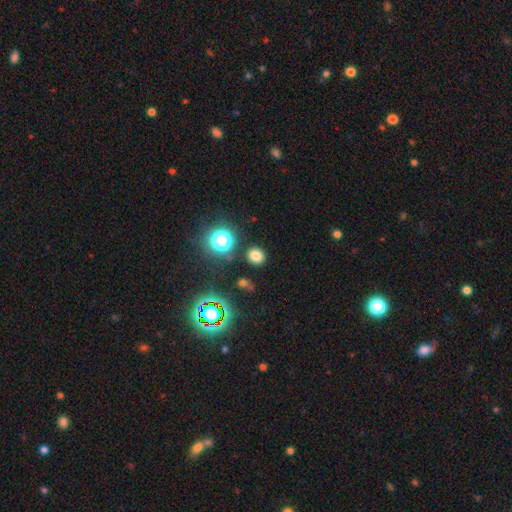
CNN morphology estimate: Q: Smooth or featured?
A: smooth (74%); runner-up: star or artifact (21%)
Q: How rounded?
A: round (75%); runner-up: in between (24%)
Q: Merging?
A: none (87%); runner-up: minor disturbance (7%)